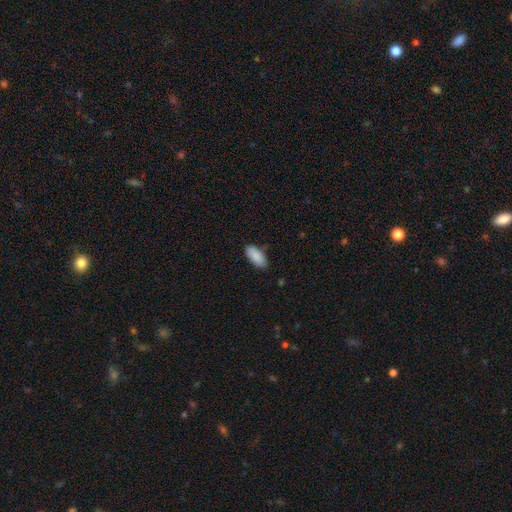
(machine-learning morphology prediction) A smooth galaxy with no disk features (89%) that is in between round and cigar-shaped (90%).

Vote fractions:
- Smooth or featured? smooth: 89% / star or artifact: 6% / featured or disk: 5%
- How rounded? in between: 90% / cigar-shaped: 8% / round: 2%
- Merging? none: 78% / minor disturbance: 18% / major disturbance: 3% / merger: 2%